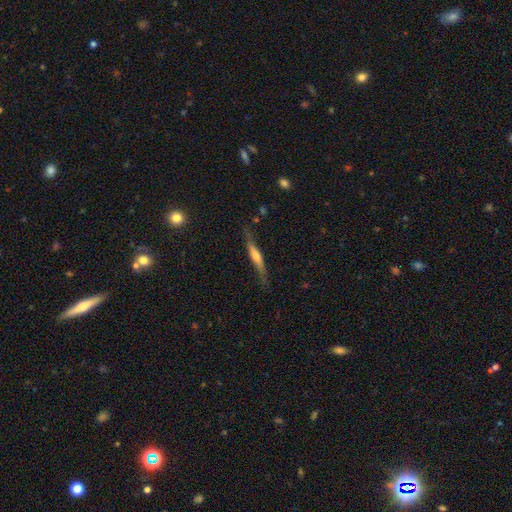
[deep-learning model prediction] Smooth or featured? Predicted: featured or disk (p=0.59). Edge-on disk? Predicted: yes (p=0.93). Edge-on bulge? Predicted: rounded (p=0.64). Merging? Predicted: none (p=0.76).